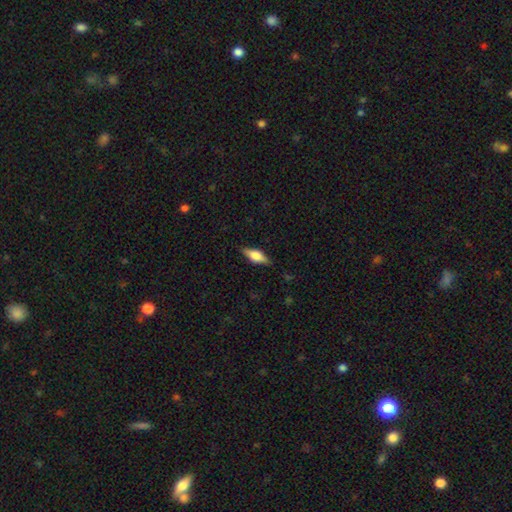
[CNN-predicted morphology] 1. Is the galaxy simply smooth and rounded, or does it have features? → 51% smooth, 42% featured or disk, 7% star or artifact.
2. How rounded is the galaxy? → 69% in between, 28% cigar-shaped, 4% round.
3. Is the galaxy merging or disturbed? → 85% none, 11% minor disturbance, 2% major disturbance, 1% merger.